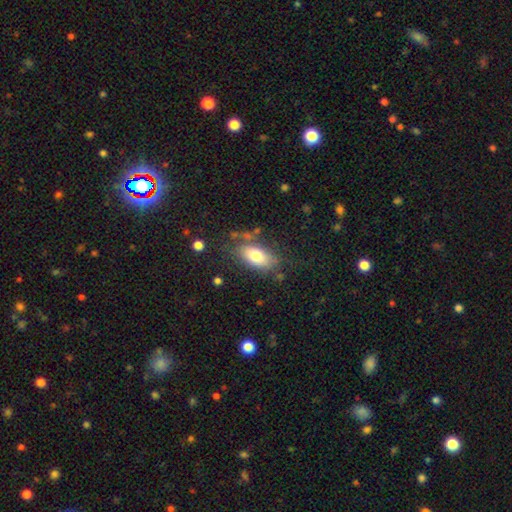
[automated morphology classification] This is likely a smooth galaxy (75%). How rounded: clearly in between (89%). Merging: likely none (70%).